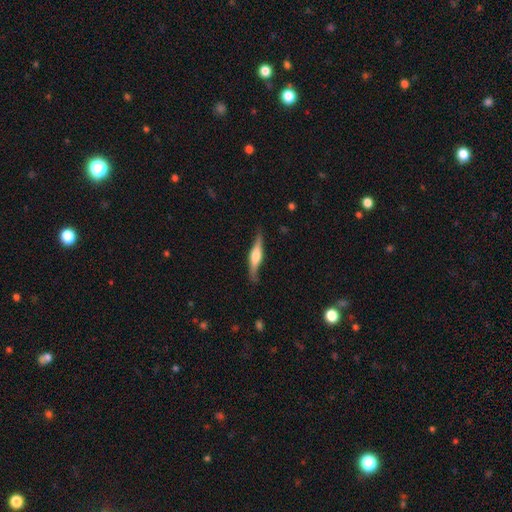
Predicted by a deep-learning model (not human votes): smooth_or_featured: featured or disk (p=0.62) [alt: smooth p=0.33]
disk_edge_on: yes (p=0.93) [alt: no p=0.07]
edge_on_bulge: rounded (p=0.86) [alt: boxy p=0.10]
merging: none (p=0.77) [alt: minor disturbance p=0.18]